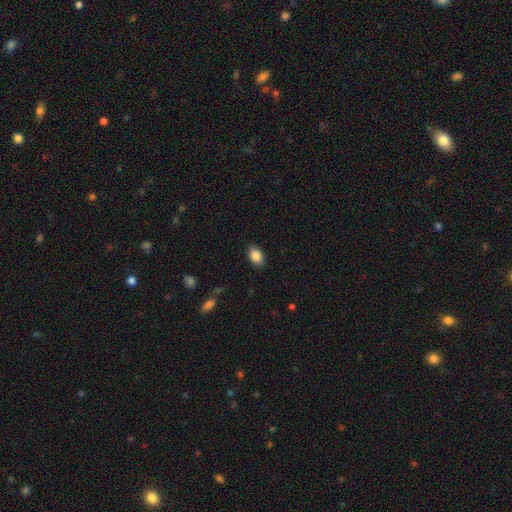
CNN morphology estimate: A smooth galaxy with no disk features (87%) that is in between round and cigar-shaped (83%). Merging: none (87%).